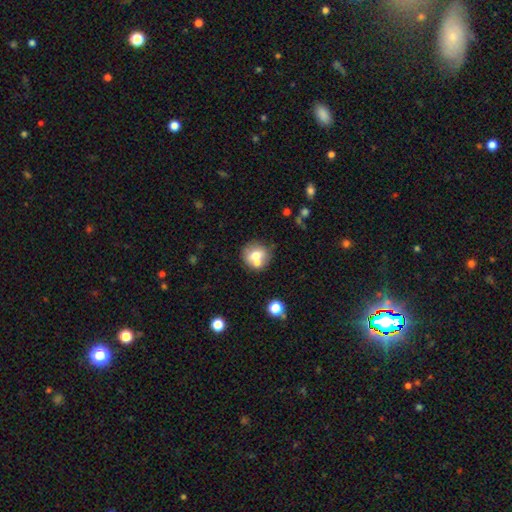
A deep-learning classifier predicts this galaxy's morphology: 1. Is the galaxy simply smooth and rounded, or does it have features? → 65% smooth, 24% featured or disk, 10% star or artifact.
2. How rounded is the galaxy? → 83% round, 16% in between, 1% cigar-shaped.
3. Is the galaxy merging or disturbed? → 56% none, 29% merger, 11% minor disturbance, 4% major disturbance.